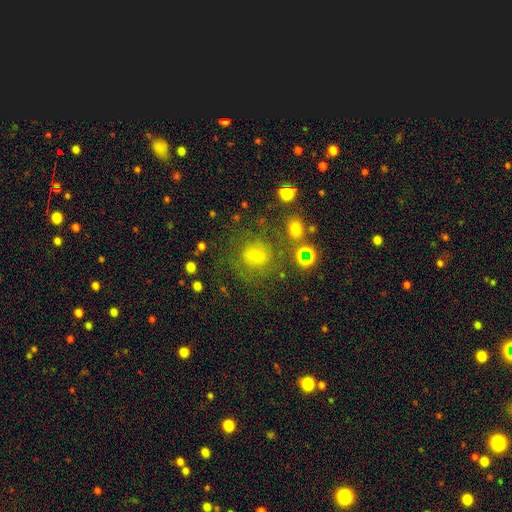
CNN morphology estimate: This is possibly a smooth galaxy (52%). How rounded: possibly round (58%). Merging: likely none (65%).